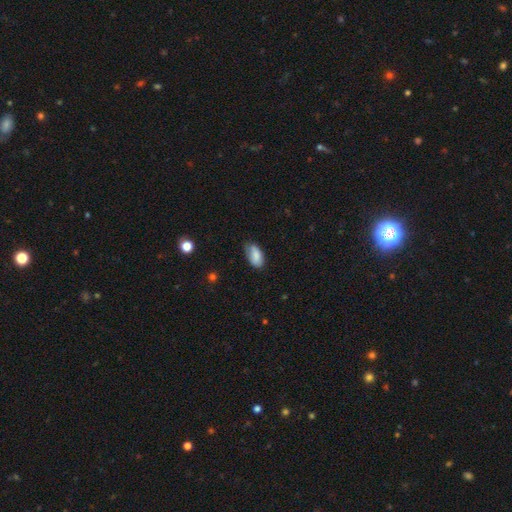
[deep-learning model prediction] Overall: smooth (85%). How rounded: in between (93%). Merging: none (63%; minor disturbance 30%).